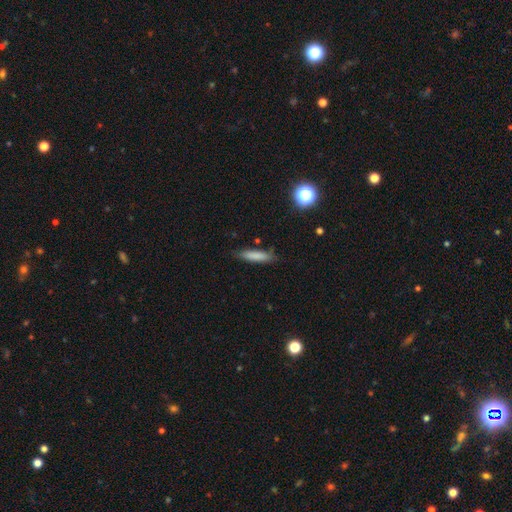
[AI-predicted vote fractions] Overall: smooth (80%). How rounded: cigar-shaped (80%). Merging: none (80%).